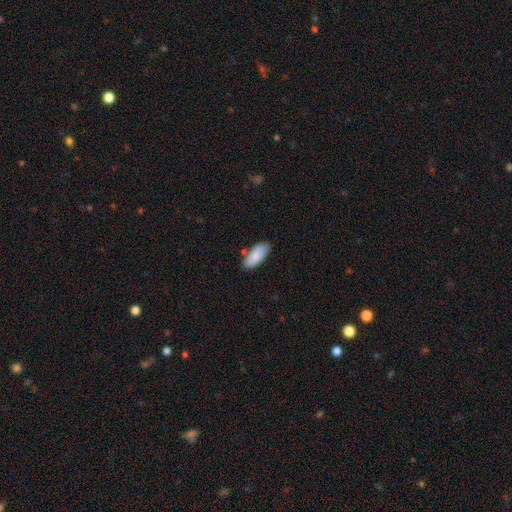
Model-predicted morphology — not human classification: This appears to be a smooth galaxy with no disk features (87%) that is in between round and cigar-shaped (87%). Merging: none (76%).